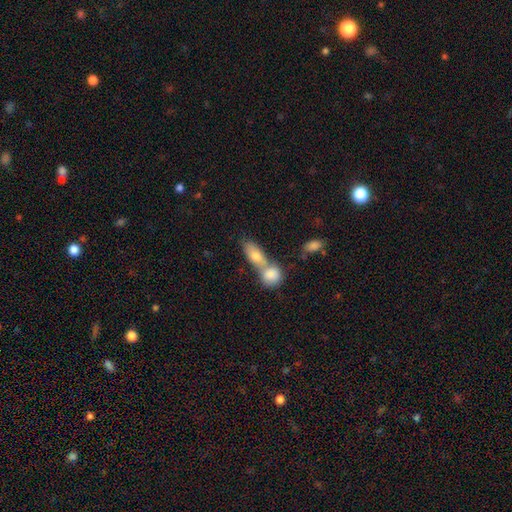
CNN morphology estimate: This appears to be a smooth galaxy with no disk features (78%) that is in between round and cigar-shaped (77%). Merging: merger (64%).